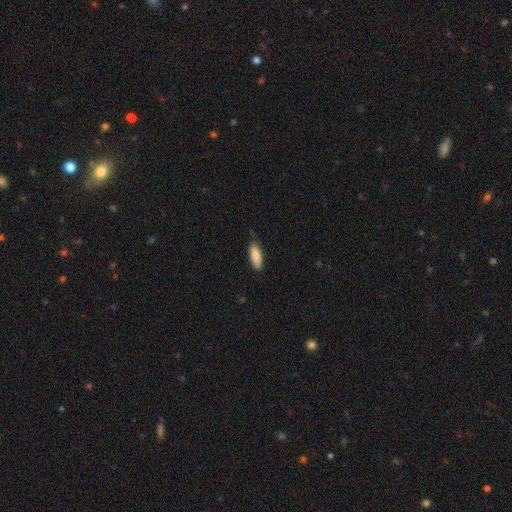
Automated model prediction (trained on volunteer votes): smooth 88%, featured or disk 6%, star or artifact 6%. Down the decision tree: how rounded — in between (72%); merging — none (68%).